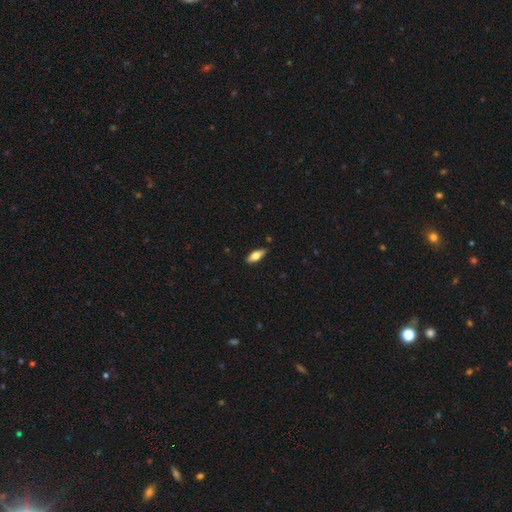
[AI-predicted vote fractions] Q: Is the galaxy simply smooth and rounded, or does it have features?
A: smooth — 66%.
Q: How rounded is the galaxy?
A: in between — 72%.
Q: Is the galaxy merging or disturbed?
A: none — 87%.